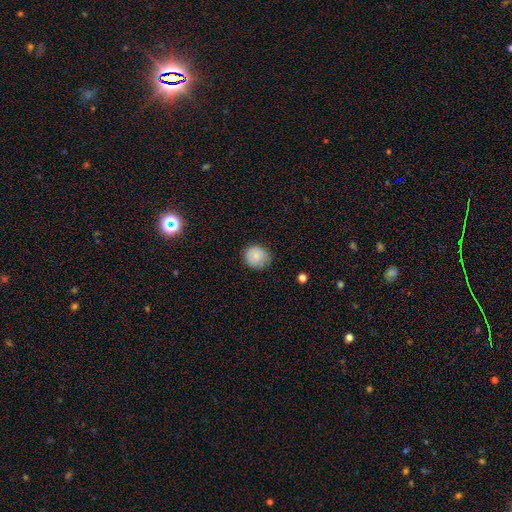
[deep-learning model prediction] smooth_or_featured: smooth (p=0.84) [alt: featured or disk p=0.09]
how_rounded: round (p=0.82) [alt: in between p=0.17]
merging: none (p=0.78) [alt: minor disturbance p=0.18]